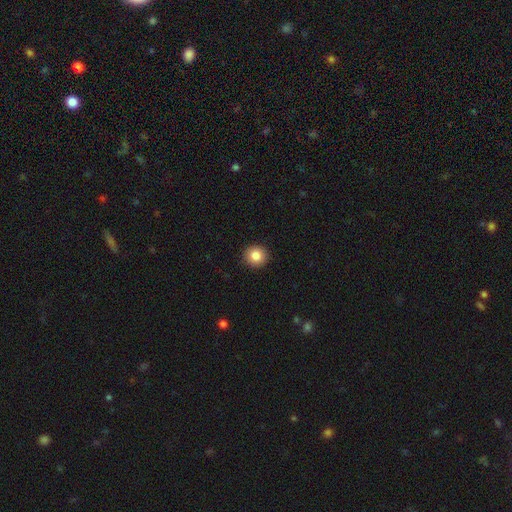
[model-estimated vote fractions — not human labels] smooth 85%, star or artifact 9%, featured or disk 6%. Down the decision tree: how rounded — round (91%); merging — none (92%).